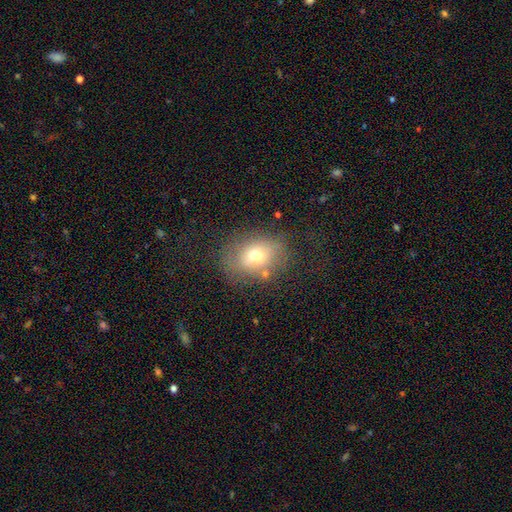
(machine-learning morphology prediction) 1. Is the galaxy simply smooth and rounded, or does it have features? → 68% smooth, 20% featured or disk, 12% star or artifact.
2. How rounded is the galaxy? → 60% in between, 38% round, 1% cigar-shaped.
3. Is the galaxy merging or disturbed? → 66% none, 20% minor disturbance, 10% major disturbance, 4% merger.